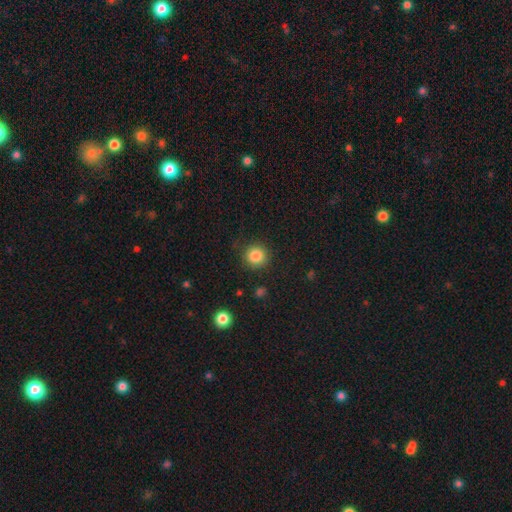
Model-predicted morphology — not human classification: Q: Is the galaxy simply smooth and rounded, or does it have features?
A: smooth — 85%.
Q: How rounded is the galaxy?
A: round — 93%.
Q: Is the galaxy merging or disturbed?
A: none — 88%.